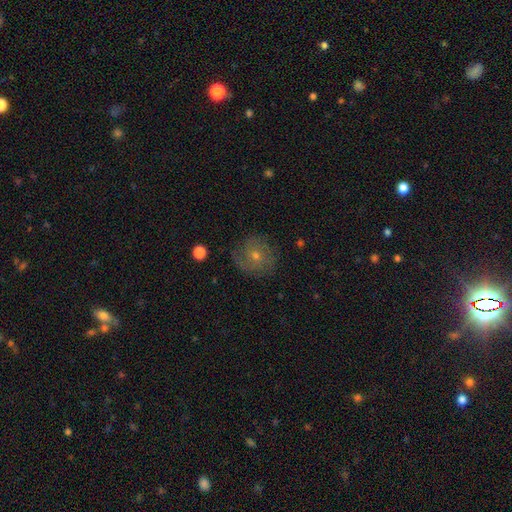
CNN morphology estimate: featured or disk 59%, smooth 27%, star or artifact 14%. Down the decision tree: edge-on disk — no (97%); bar — no (75%); spiral arms — yes (85%); bulge size — small (53%); merging — none (77%).